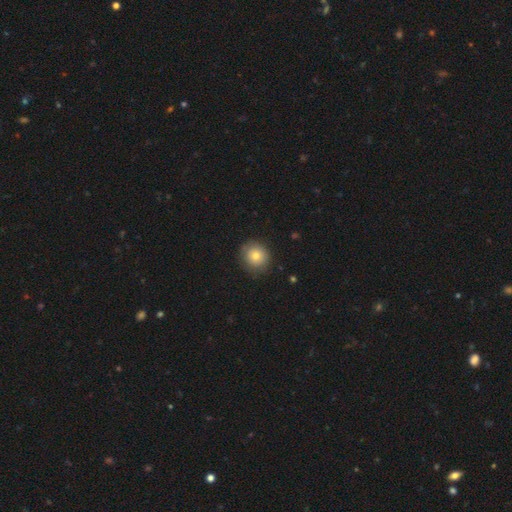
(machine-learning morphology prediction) Smooth or featured? Predicted: smooth (p=0.78). How rounded? Predicted: round (p=0.90). Merging? Predicted: none (p=0.85).